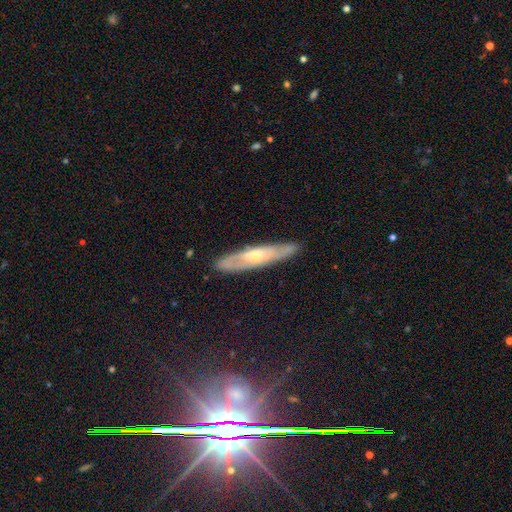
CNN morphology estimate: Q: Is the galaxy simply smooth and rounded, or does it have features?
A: featured or disk — 64%.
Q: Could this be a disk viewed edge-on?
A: yes — 60%.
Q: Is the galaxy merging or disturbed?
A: none — 82%.